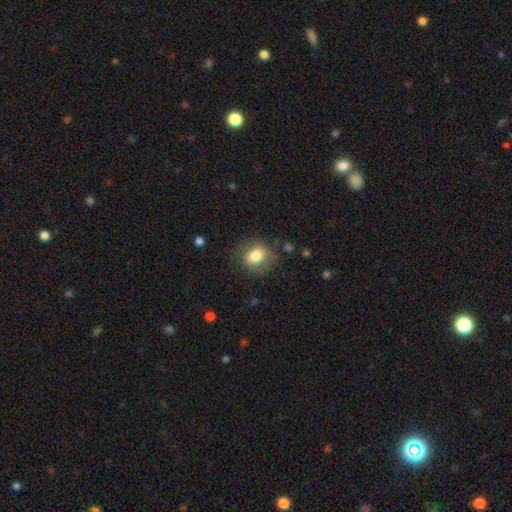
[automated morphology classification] A smooth galaxy with no disk features (80%) that is round (56%).

Vote fractions:
- Smooth or featured? smooth: 80% / featured or disk: 11% / star or artifact: 9%
- How rounded? round: 56% / in between: 43% / cigar-shaped: 1%
- Merging? none: 78% / minor disturbance: 15% / major disturbance: 5% / merger: 1%